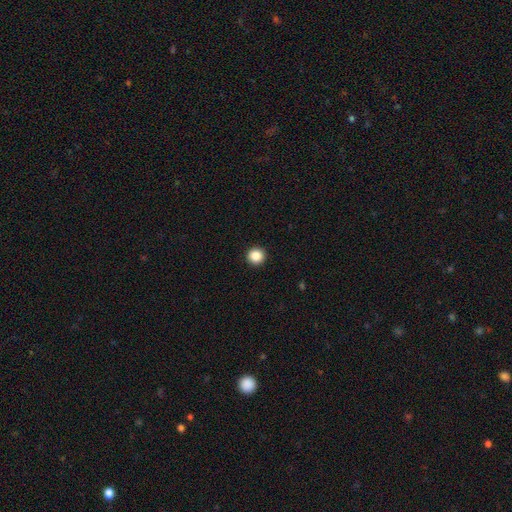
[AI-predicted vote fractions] Smooth or featured? Predicted: smooth (p=0.87). How rounded? Predicted: round (p=0.95). Merging? Predicted: none (p=0.94).